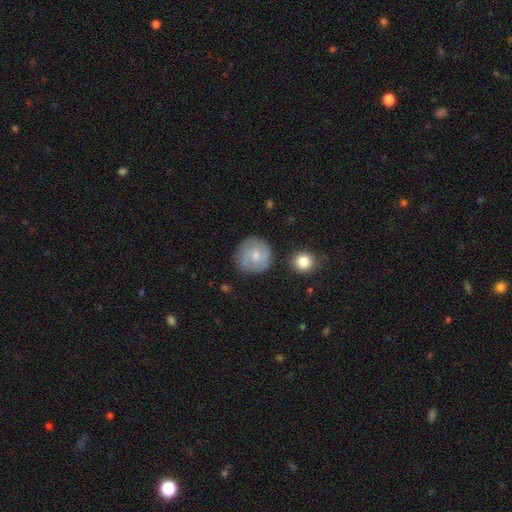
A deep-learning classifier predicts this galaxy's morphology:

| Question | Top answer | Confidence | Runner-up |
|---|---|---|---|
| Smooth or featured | smooth | 49% | featured or disk (44%) |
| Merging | none | 77% | minor disturbance (15%) |